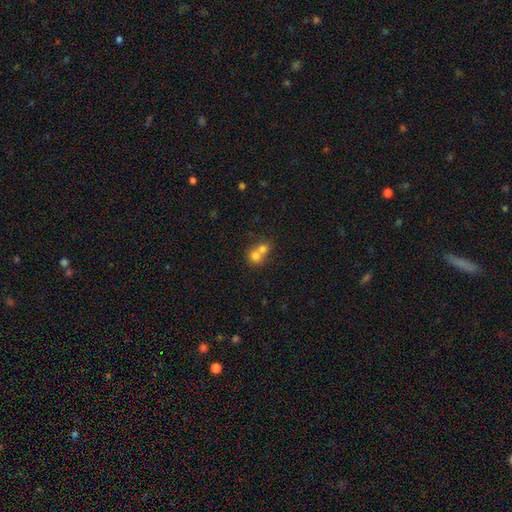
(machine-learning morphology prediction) Overall: smooth (73%). How rounded: round (76%). Merging: merger (69%).